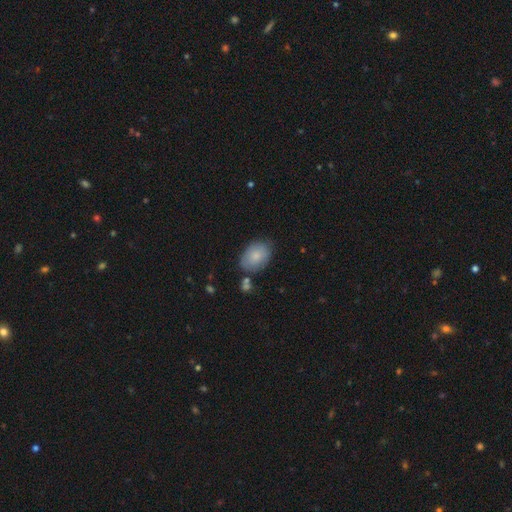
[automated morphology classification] Q: Smooth or featured?
A: smooth (80%); runner-up: featured or disk (13%)
Q: How rounded?
A: in between (82%); runner-up: round (17%)
Q: Merging?
A: none (72%); runner-up: minor disturbance (19%)